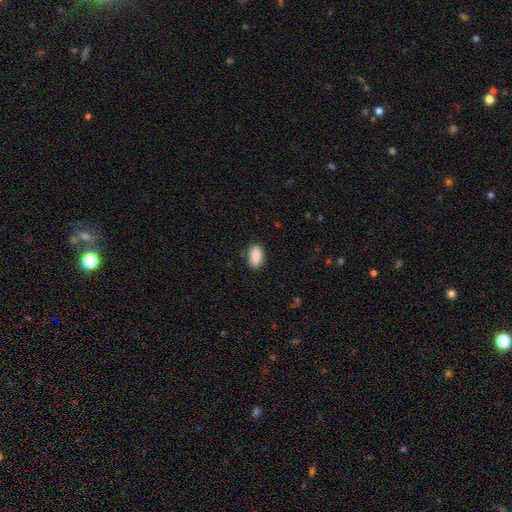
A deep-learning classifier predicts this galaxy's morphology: smooth 90%, star or artifact 7%, featured or disk 4%. Down the decision tree: how rounded — in between (94%); merging — none (86%).